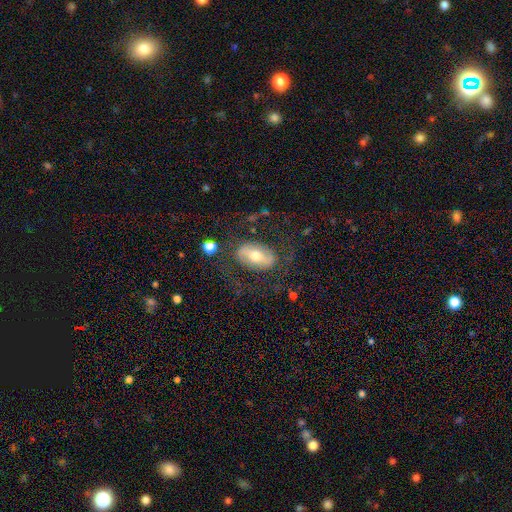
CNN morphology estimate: Overall: featured or disk (57%; smooth 36%). Edge-on disk: no (92%). Bar: strong (43%; weak 33%). Spiral arms: yes (60%; no 40%). Bulge size: moderate (67%). Merging: none (68%).